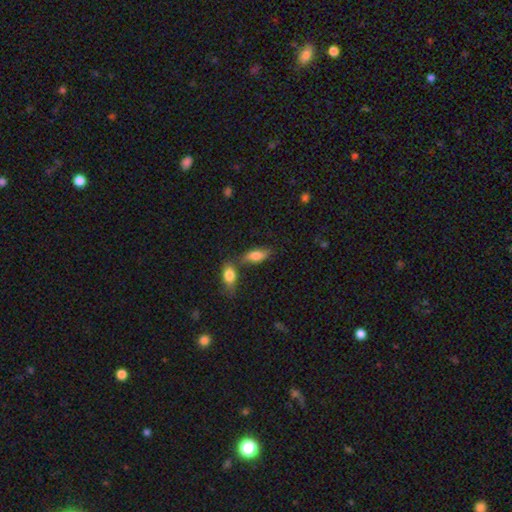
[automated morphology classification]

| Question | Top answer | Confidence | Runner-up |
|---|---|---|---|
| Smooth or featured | smooth | 77% | featured or disk (16%) |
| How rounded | in between | 78% | cigar-shaped (18%) |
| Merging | none | 58% | merger (24%) |